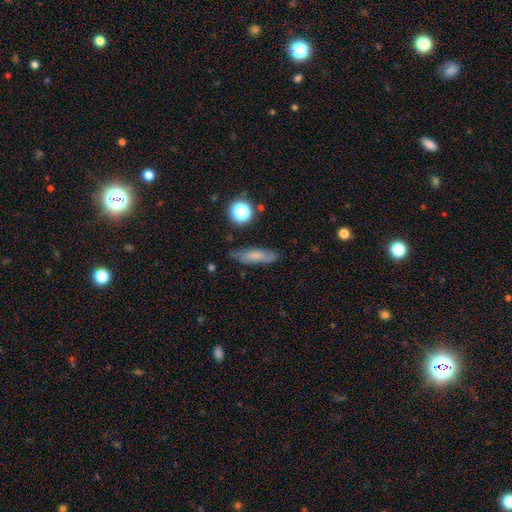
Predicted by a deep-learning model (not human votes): This is likely a smooth galaxy (61%). How rounded: possibly cigar-shaped (54%). Merging: likely none (75%).